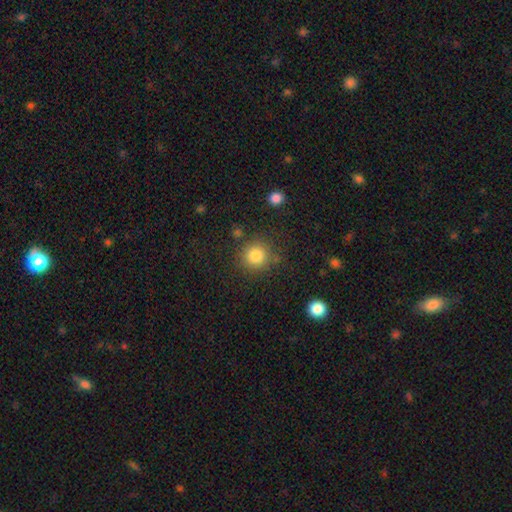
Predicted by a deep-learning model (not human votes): The model was most divided on "merging": none: 82%, minor disturbance: 10%, merger: 4%, major disturbance: 4%. More confident: how rounded — round (91%); smooth or featured — smooth (83%).